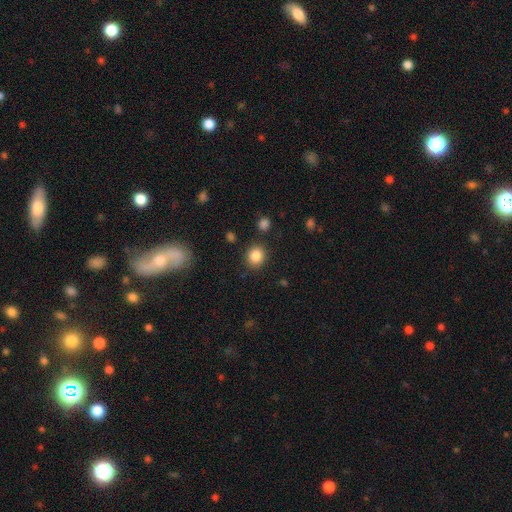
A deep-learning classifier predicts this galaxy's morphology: This appears to be a smooth galaxy with no disk features (86%) that is round (83%). Merging: none (86%).